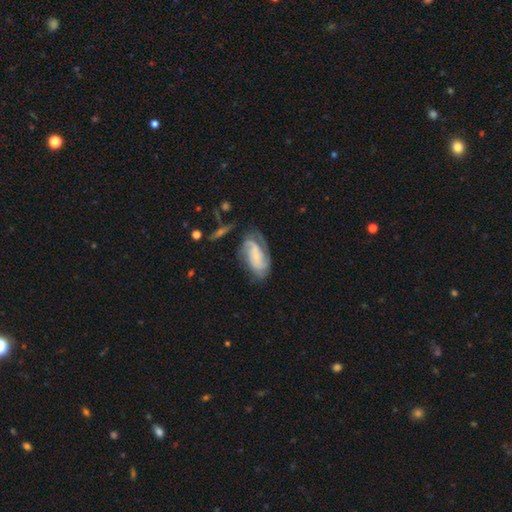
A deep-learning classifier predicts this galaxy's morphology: type=featured or disk (78%); edge-on=no (96%); bar=no (52%); spiral arms=yes (95%); winding=medium (43%); arm count=2 (58%); bulge=small (65%); merging=none (62%).